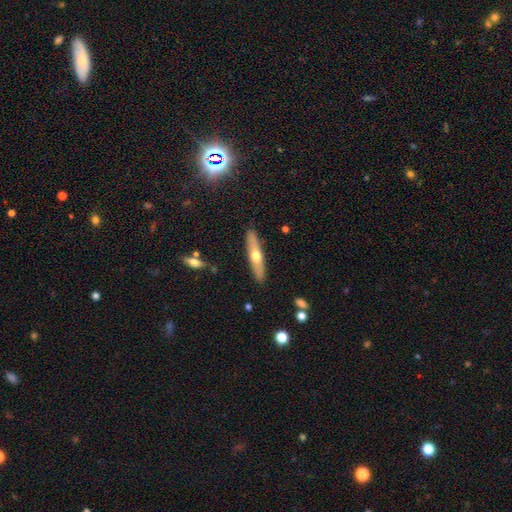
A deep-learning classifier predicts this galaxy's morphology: This is possibly a smooth galaxy (48%). Merging: clearly none (89%).